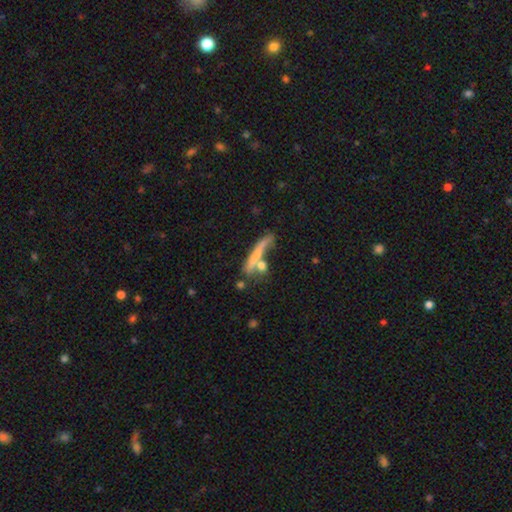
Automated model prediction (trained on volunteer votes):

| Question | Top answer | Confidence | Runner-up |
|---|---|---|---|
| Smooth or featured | smooth | 59% | featured or disk (33%) |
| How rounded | cigar-shaped | 86% | in between (9%) |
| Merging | none | 47% | merger (24%) |